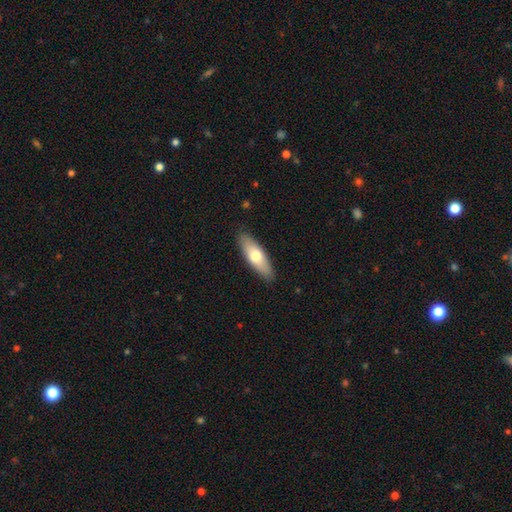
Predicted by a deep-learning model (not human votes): Smooth or featured? smooth (64%)
How rounded? in between (57%)
Merging? none (88%)